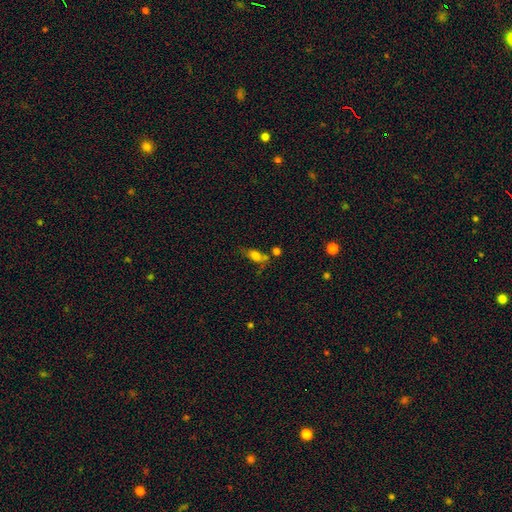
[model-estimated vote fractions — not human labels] A smooth galaxy with no disk features (69%) that is in between round and cigar-shaped (76%).

Vote fractions:
- Smooth or featured? smooth: 69% / featured or disk: 16% / star or artifact: 15%
- How rounded? in between: 76% / cigar-shaped: 15% / round: 9%
- Merging? none: 46% / minor disturbance: 21% / merger: 20% / major disturbance: 12%